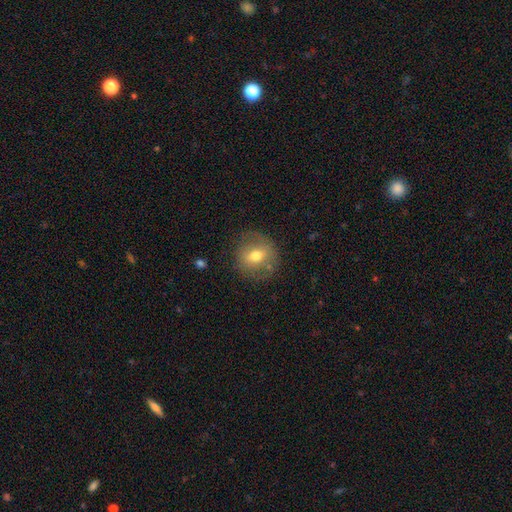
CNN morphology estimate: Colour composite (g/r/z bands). It shows a smooth galaxy with no disk features (58%) that is round (83%). Merging: none (78%).